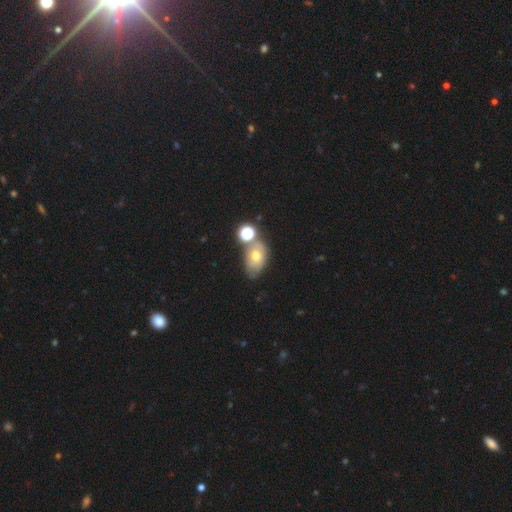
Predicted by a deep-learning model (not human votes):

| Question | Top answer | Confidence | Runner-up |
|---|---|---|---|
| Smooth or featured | smooth | 56% | featured or disk (30%) |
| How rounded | in between | 79% | round (20%) |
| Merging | none | 49% | merger (25%) |